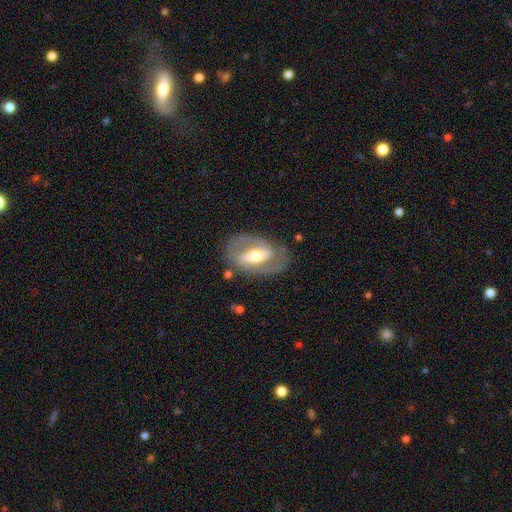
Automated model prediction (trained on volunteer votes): Smooth or featured: featured or disk — 79% (smooth — 16%)
Edge-on disk: no — 93% (yes — 7%)
Bar: strong — 55% (weak — 30%)
Spiral arms: yes — 76% (no — 24%)
Spiral winding: medium — 50% (tight — 30%)
Spiral arm count: 2 — 86% (can't tell — 7%)
Bulge size: moderate — 65% (small — 19%)
Merging: none — 78% (minor disturbance — 13%)